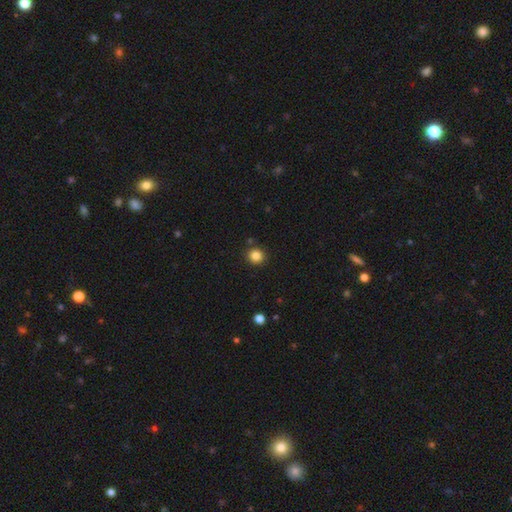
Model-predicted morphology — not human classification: smooth-or-featured: smooth: 85% | star or artifact: 11% | featured or disk: 4%
  how-rounded: round: 90% | in between: 9% | cigar-shaped: 1%
  merging: none: 89% | minor disturbance: 6% | merger: 3% | major disturbance: 2%